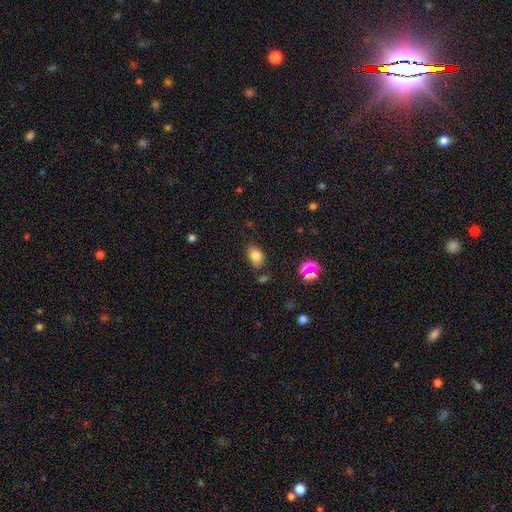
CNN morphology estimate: Smooth or featured? Predicted: smooth (p=0.78). How rounded? Predicted: in between (p=0.84). Merging? Predicted: none (p=0.74).